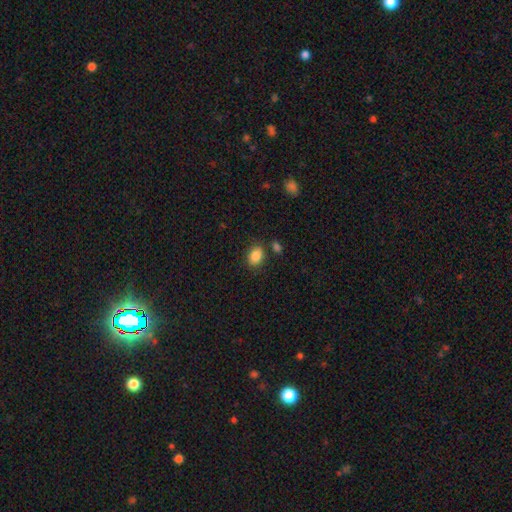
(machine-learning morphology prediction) Overall: smooth (86%). How rounded: in between (73%). Merging: none (76%).